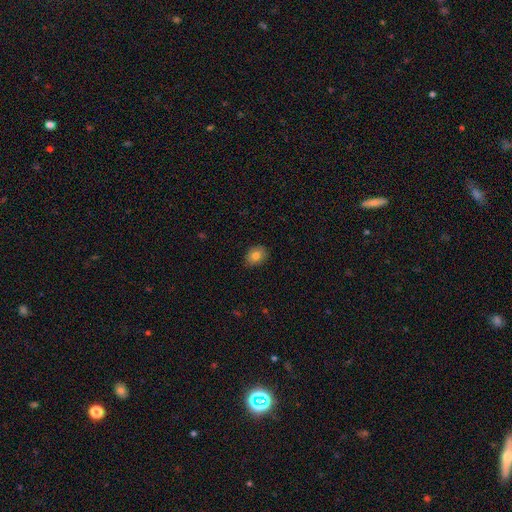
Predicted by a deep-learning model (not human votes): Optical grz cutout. It shows a smooth galaxy with no disk features (82%) that is in between round and cigar-shaped (69%). Merging: none (86%).